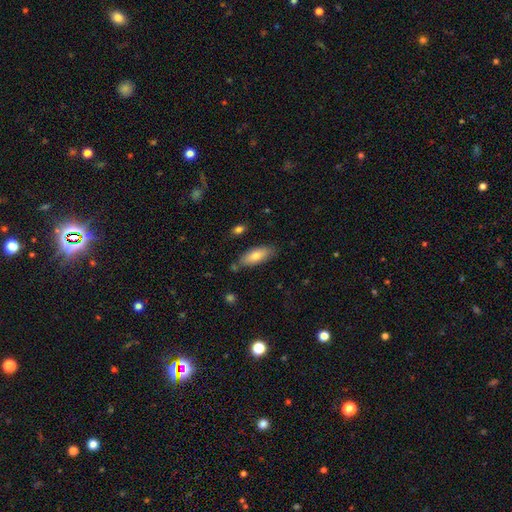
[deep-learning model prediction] Q: Smooth or featured?
A: smooth (76%); runner-up: featured or disk (18%)
Q: How rounded?
A: in between (73%); runner-up: cigar-shaped (25%)
Q: Merging?
A: none (77%); runner-up: minor disturbance (16%)